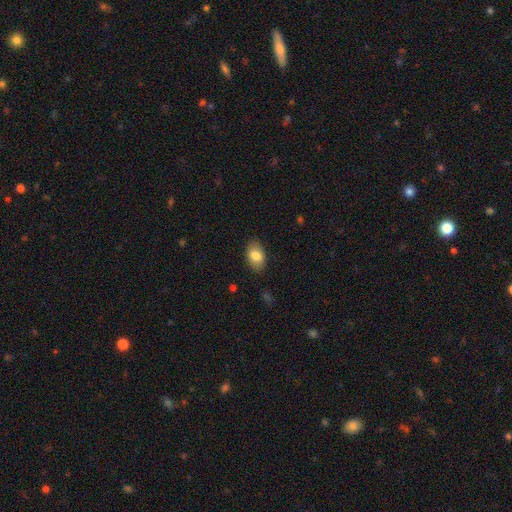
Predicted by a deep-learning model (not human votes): Overall: smooth (83%). How rounded: in between (87%). Merging: none (86%).